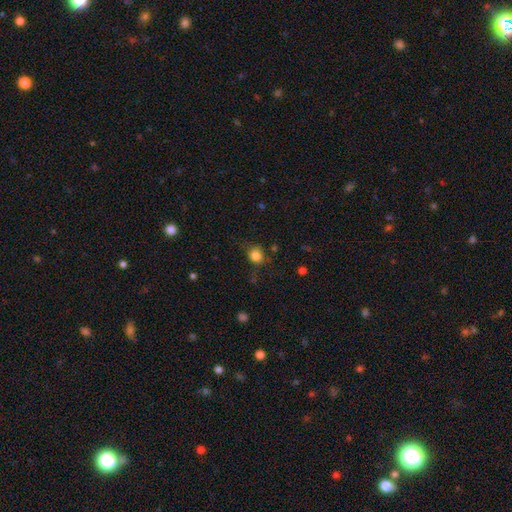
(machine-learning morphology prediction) This appears to be a smooth galaxy with no disk features (82%) that is round (84%). Merging: none (73%).